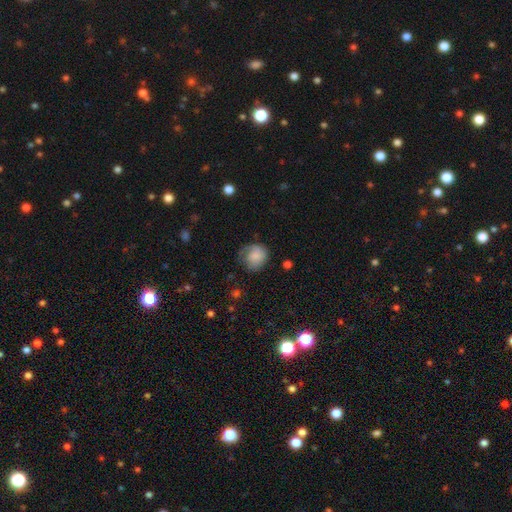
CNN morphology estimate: This appears to be a smooth galaxy with no disk features (69%) that is round (77%). Merging: none (53%).